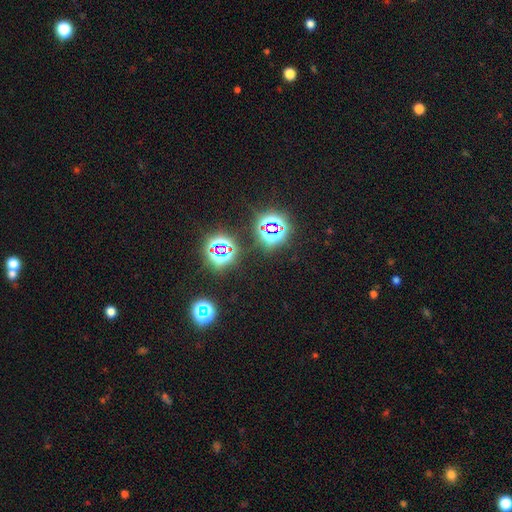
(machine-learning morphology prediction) Smooth or featured?
  - star or artifact: 78% *
  - smooth: 14%
  - featured or disk: 8%